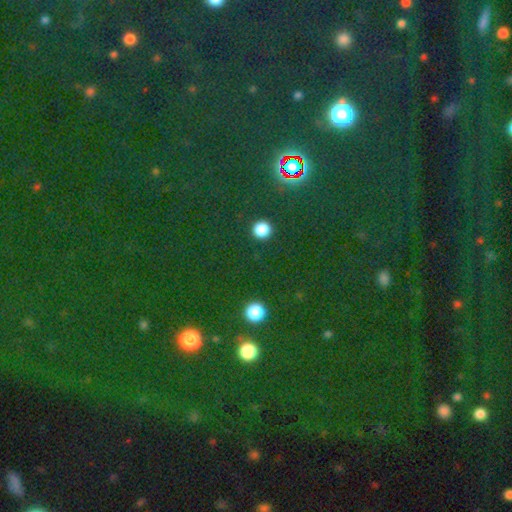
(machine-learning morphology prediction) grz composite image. It shows a star or artifact, not a galaxy (76%).